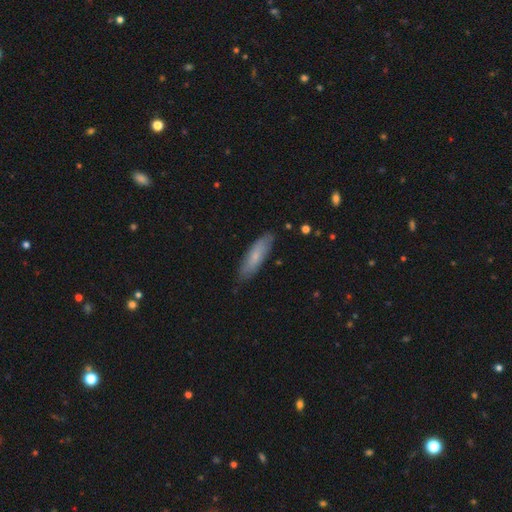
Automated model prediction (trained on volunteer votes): Smooth or featured? Predicted: smooth (p=0.69). How rounded? Predicted: cigar-shaped (p=0.58). Merging? Predicted: none (p=0.81).